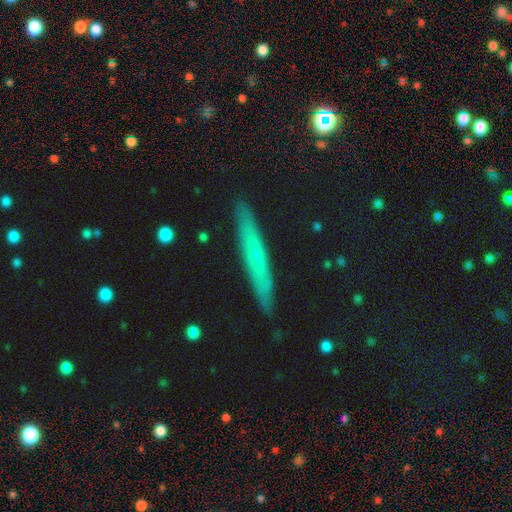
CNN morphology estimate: This is possibly a smooth galaxy (47%). Merging: clearly none (89%).